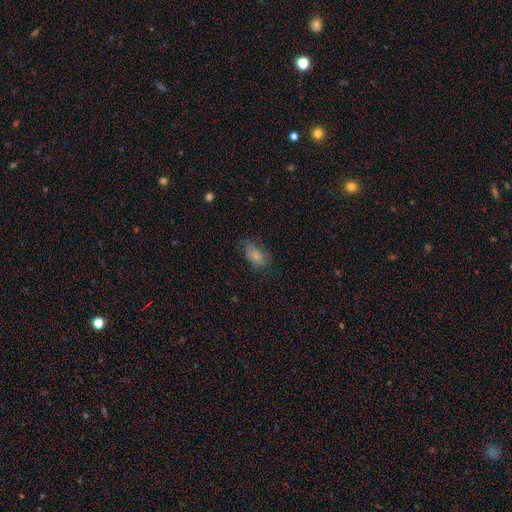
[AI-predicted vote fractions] Smooth or featured? smooth (77%)
How rounded? in between (90%)
Merging? none (55%)